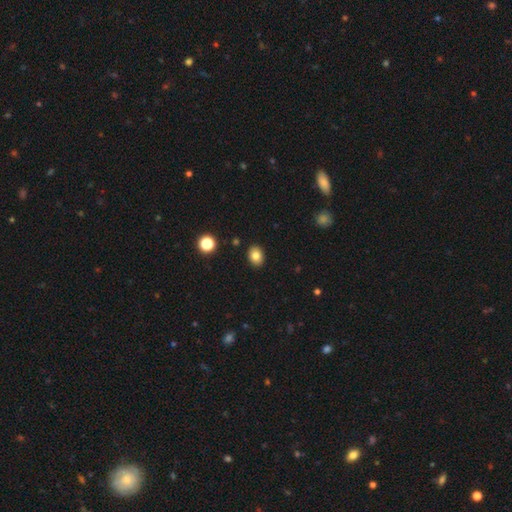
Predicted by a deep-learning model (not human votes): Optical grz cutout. It shows a smooth galaxy with no disk features (83%) that is in between round and cigar-shaped (60%). Merging: none (90%).